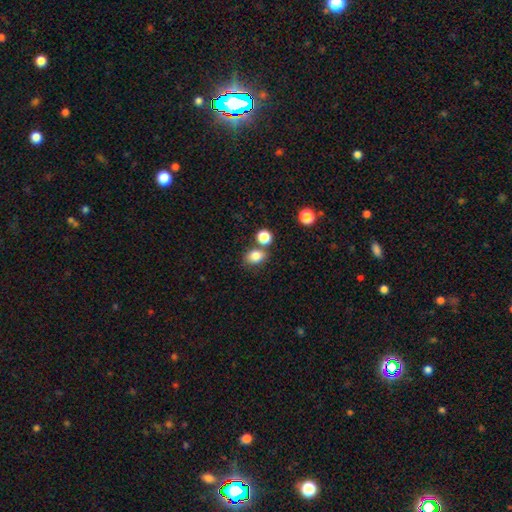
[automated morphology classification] This appears to be a smooth galaxy with no disk features (83%) that is in between round and cigar-shaped (55%). Merging: none (67%).